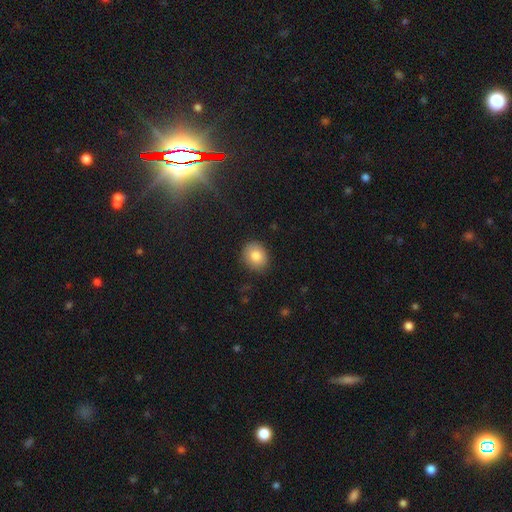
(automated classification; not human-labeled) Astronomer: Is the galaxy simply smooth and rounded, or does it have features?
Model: smooth — 84%.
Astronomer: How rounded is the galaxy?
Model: round — 62% (runner-up: in between, 37%).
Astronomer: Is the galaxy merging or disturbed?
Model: none — 84%.